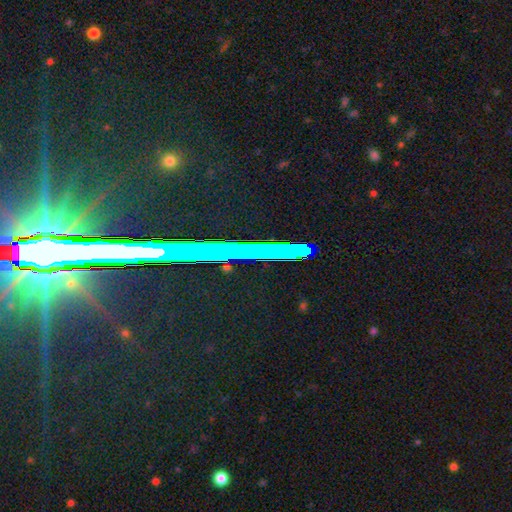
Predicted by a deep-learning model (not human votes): A star or artifact, not a galaxy (73%).

Vote fractions:
- Smooth or featured? star or artifact: 73% / featured or disk: 16% / smooth: 11%